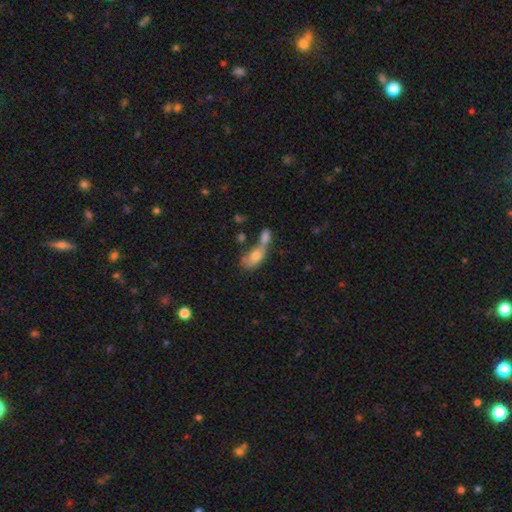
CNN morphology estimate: Q: Smooth or featured?
A: smooth (69%); runner-up: featured or disk (22%)
Q: How rounded?
A: in between (82%); runner-up: cigar-shaped (9%)
Q: Merging?
A: merger (58%); runner-up: none (21%)